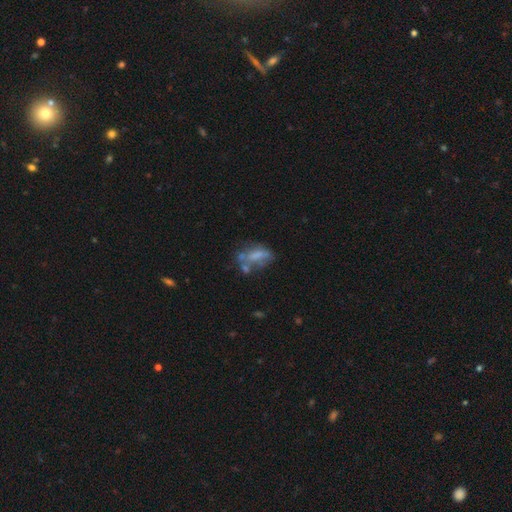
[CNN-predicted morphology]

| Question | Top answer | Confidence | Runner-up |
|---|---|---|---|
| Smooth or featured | smooth | 48% | featured or disk (41%) |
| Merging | none | 34% | merger (24%) |